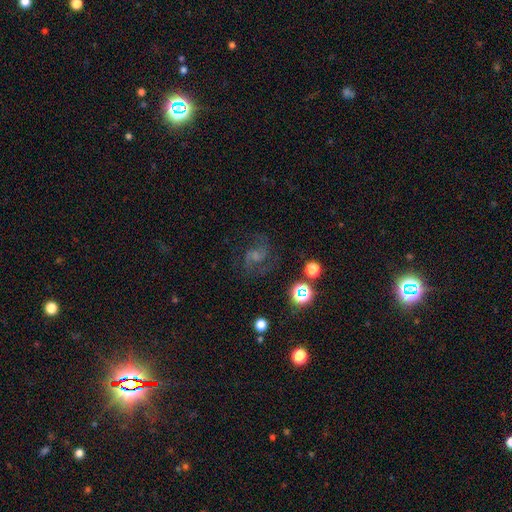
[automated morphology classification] This is likely a featured or disk galaxy (68%). It is clearly not viewed edge-on (98%). Bar: marginally weak (45%, tied with no). Spiral arm pattern: clearly yes (94%). Spiral arm count: clearly 2 (84%). Spiral winding: possibly medium (56%). Central bulge: marginally small (42%). Merging: likely none (71%).